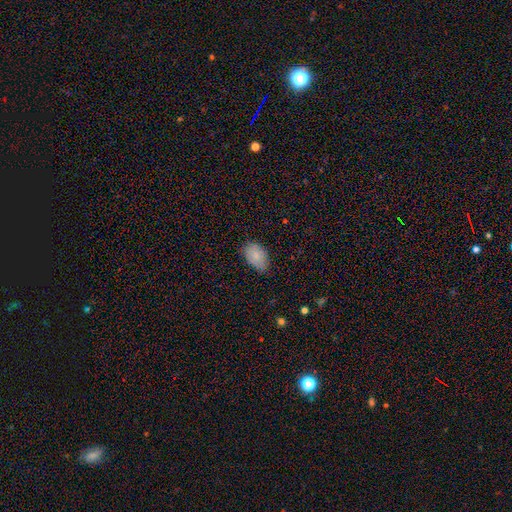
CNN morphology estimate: This is clearly a smooth galaxy (83%). How rounded: clearly in between (89%). Merging: likely none (67%).